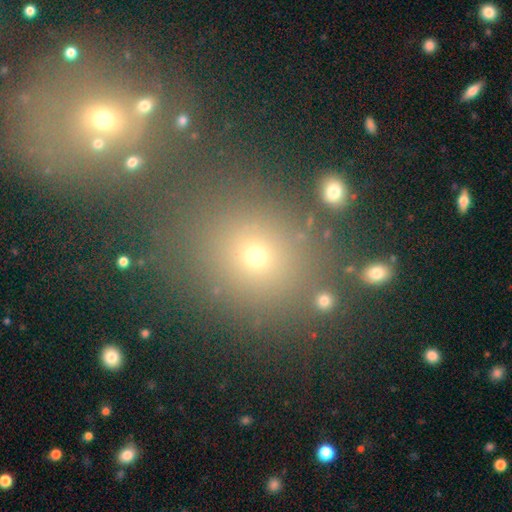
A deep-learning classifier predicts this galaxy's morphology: smooth_or_featured: smooth (p=0.66) [alt: star or artifact p=0.23]
how_rounded: round (p=0.64) [alt: in between p=0.34]
merging: none (p=0.72) [alt: minor disturbance p=0.11]